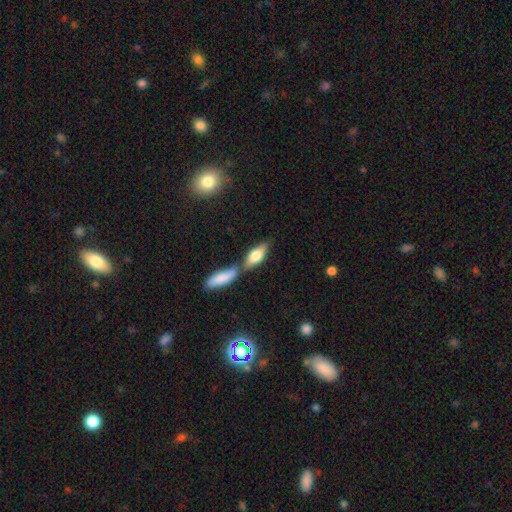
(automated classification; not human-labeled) Smooth or featured?
  - smooth: 68% *
  - featured or disk: 25%
  - star or artifact: 7%
How rounded?
  - in between: 72% *
  - cigar-shaped: 25%
  - round: 3%
Merging?
  - none: 47% *
  - merger: 39%
  - minor disturbance: 11%
  - major disturbance: 4%